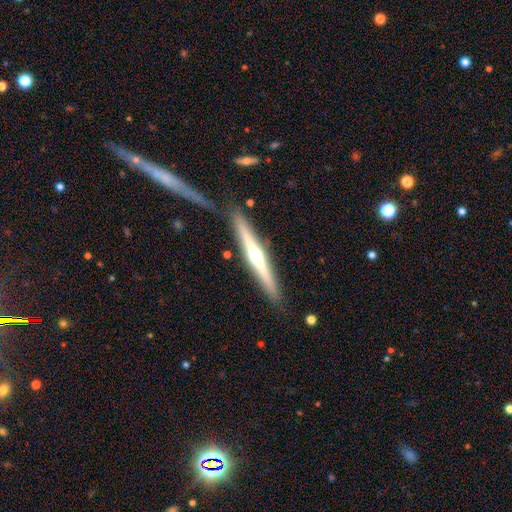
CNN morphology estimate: A featured or disk galaxy (73%) viewed edge-on (97%) with a rounded central bulge (89%). Merging: none (82%).